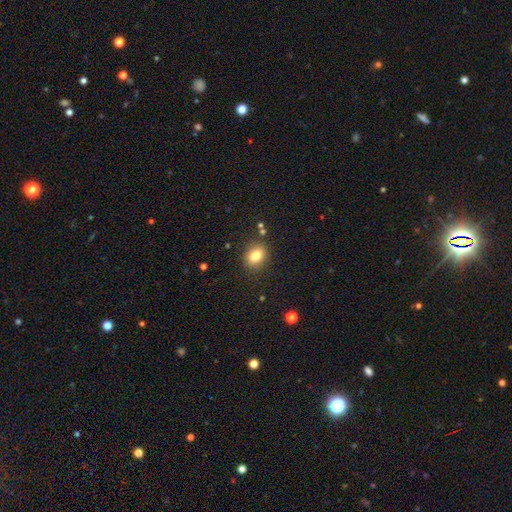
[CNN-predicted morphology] This appears to be a smooth galaxy with no disk features (82%) that is in between round and cigar-shaped (51%). Merging: none (85%).